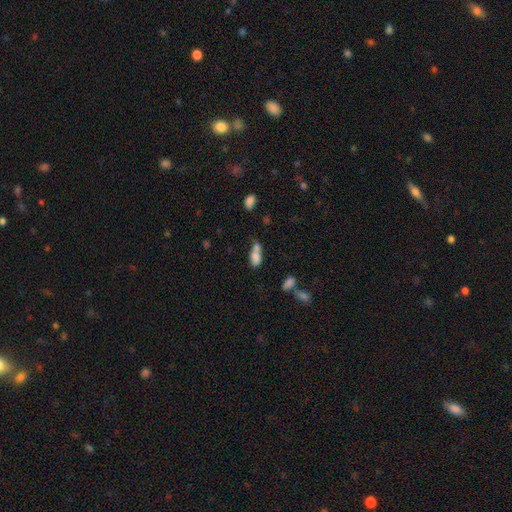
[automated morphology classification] This is likely a smooth galaxy (74%). How rounded: clearly in between (80%). Merging: possibly merger (53%).